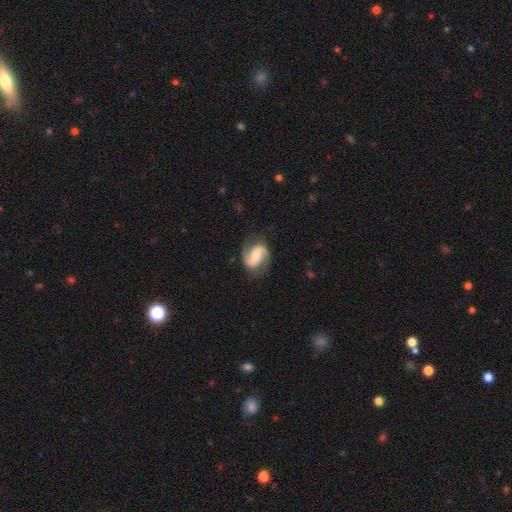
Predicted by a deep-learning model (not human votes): This appears to be a featured or disk galaxy (83%) with a weak bar (39%), 2 (92%) medium (45%) spiral arms (96%) and a moderate central bulge (56%). Merging: none (79%).